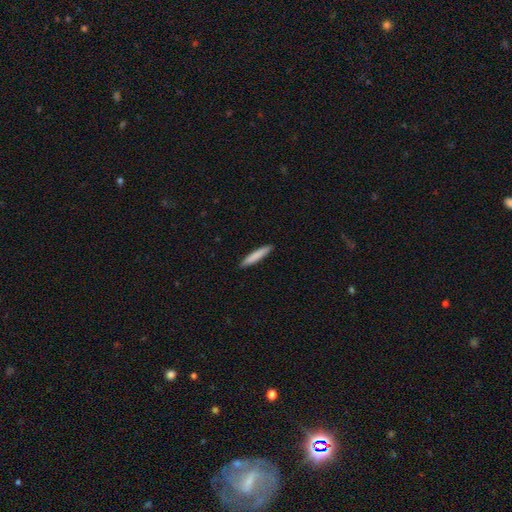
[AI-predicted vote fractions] Smooth or featured?
  - smooth: 83% *
  - featured or disk: 12%
  - star or artifact: 5%
How rounded?
  - cigar-shaped: 92% *
  - in between: 7%
  - round: 1%
Merging?
  - none: 91% *
  - minor disturbance: 6%
  - major disturbance: 1%
  - merger: 1%